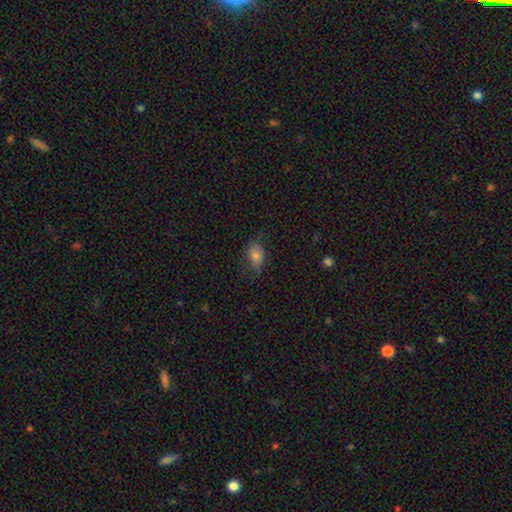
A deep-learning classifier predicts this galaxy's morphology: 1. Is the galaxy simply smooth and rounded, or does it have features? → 76% smooth, 14% featured or disk, 10% star or artifact.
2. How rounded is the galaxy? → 82% in between, 15% round, 3% cigar-shaped.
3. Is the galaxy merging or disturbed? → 65% none, 25% minor disturbance, 8% major disturbance, 1% merger.